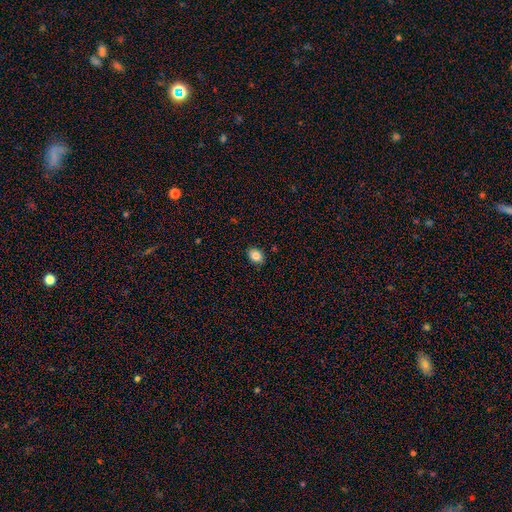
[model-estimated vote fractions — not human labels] The model was most divided on "how rounded": in between: 63%, round: 37%, cigar-shaped: 1%. More confident: merging — none (87%); smooth or featured — smooth (85%).